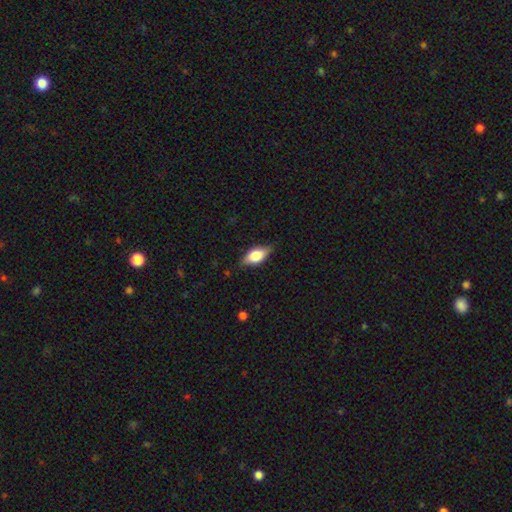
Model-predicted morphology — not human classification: A smooth galaxy with no disk features (66%) that is in between round and cigar-shaped (85%). Merging: none (79%).